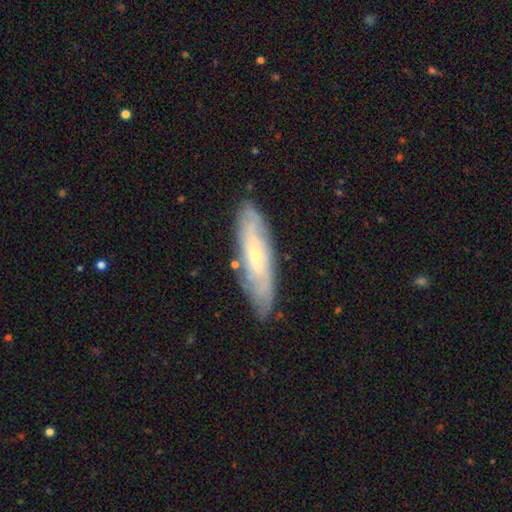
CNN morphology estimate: Smooth or featured? Predicted: featured or disk (p=0.71). Edge-on disk? Predicted: no (p=0.73). Bar? Predicted: no (p=0.62). Spiral arms? Predicted: yes (p=0.85). Bulge size? Predicted: small (p=0.72). Merging? Predicted: none (p=0.81).